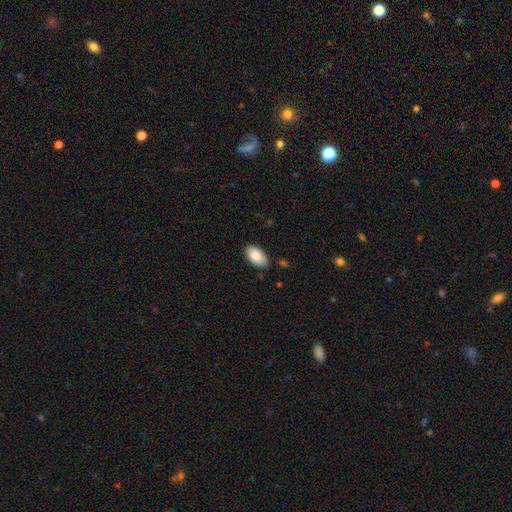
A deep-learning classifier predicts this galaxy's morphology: This is clearly a smooth galaxy (86%). How rounded: clearly in between (94%). Merging: clearly none (84%).